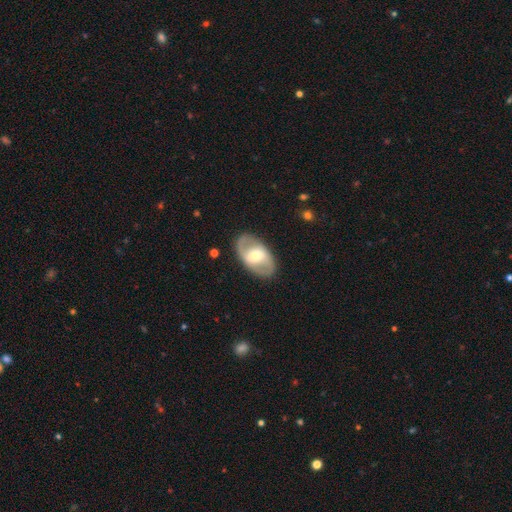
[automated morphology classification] smooth-or-featured: featured or disk: 67% | smooth: 28% | star or artifact: 6%
  disk-edge-on: no: 93% | yes: 7%
    bar: weak: 41% | strong: 31% | no: 28%
    has-spiral-arms: yes: 63% | no: 37%
    bulge-size: moderate: 57% | small: 28% | large: 11% | dominant: 2% | none: 2%
  merging: none: 84% | minor disturbance: 10% | major disturbance: 4% | merger: 1%